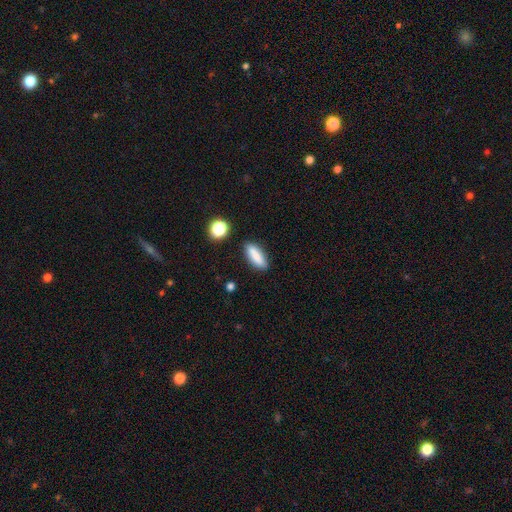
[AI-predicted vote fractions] A smooth galaxy with no disk features (84%) that is in between round and cigar-shaped (57%). Merging: none (85%).